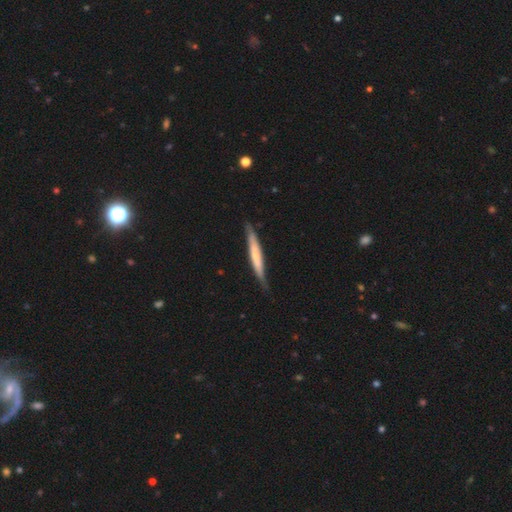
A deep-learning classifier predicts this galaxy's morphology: This is possibly a smooth galaxy (50%). How rounded: clearly cigar-shaped (94%). Merging: likely none (76%).